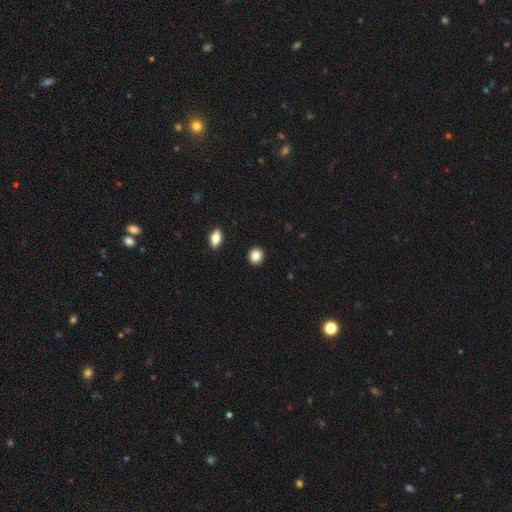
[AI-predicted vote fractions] Q: Smooth or featured?
A: smooth (86%); runner-up: star or artifact (10%)
Q: How rounded?
A: round (84%); runner-up: in between (15%)
Q: Merging?
A: none (92%); runner-up: minor disturbance (5%)